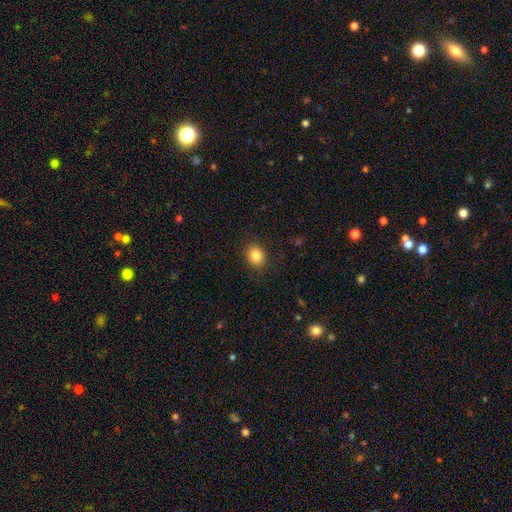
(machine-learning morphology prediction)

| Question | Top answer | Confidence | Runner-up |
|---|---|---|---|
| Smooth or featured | smooth | 84% | star or artifact (10%) |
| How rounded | round | 58% | in between (41%) |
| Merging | none | 89% | minor disturbance (8%) |